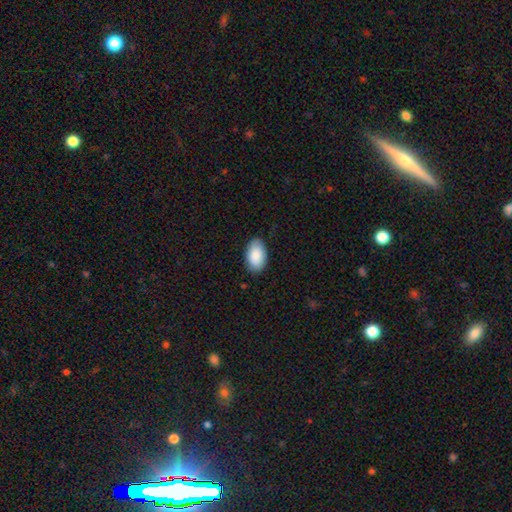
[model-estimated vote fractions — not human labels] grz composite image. It shows a smooth galaxy with no disk features (88%) that is in between round and cigar-shaped (94%). Merging: none (86%).